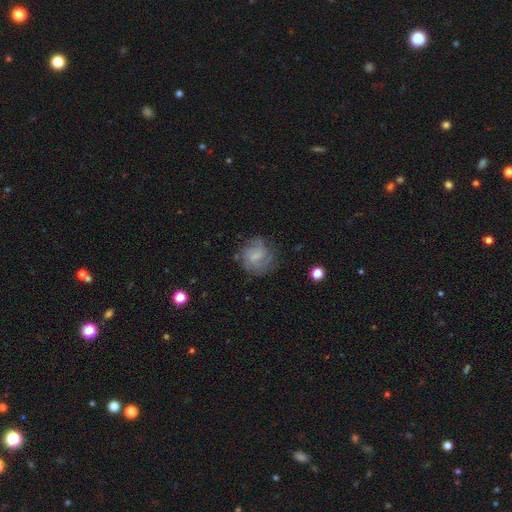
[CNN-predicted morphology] A featured or disk galaxy (56%) with no bar (51%), spiral arms (80%) and a small central bulge (40%).

Vote fractions:
- Smooth or featured? featured or disk: 56% / smooth: 35% / star or artifact: 9%
- Edge-on disk? no: 98% / yes: 2%
- Bar? no: 51% / weak: 43% / strong: 7%
- Spiral arms? yes: 80% / no: 20%
- Bulge size? small: 40% / none: 31% / moderate: 25% / large: 3% / dominant: 1%
- Merging? none: 64% / minor disturbance: 21% / major disturbance: 13% / merger: 2%